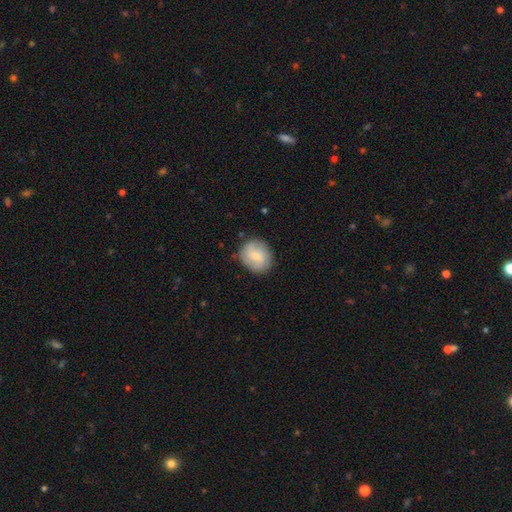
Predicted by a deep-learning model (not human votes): This appears to be a smooth galaxy with no disk features (64%) that is round (74%). Merging: none (81%).